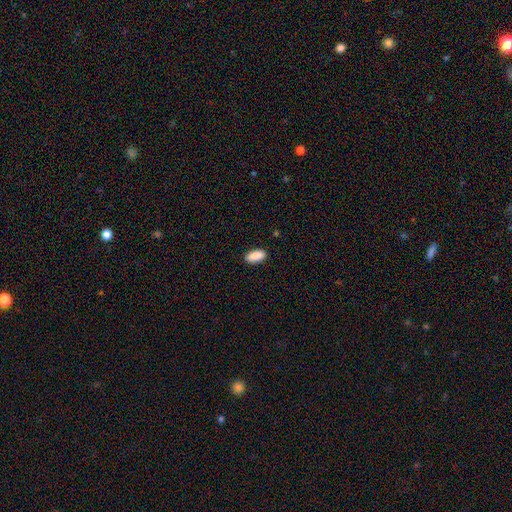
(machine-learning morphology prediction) This is clearly a smooth galaxy (90%). How rounded: clearly in between (86%). Merging: clearly none (89%).